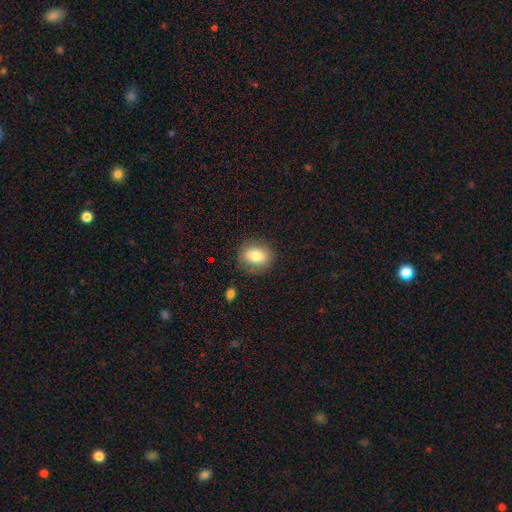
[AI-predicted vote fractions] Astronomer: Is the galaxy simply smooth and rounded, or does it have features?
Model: smooth — 80%.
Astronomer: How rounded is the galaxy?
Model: round — 51% (runner-up: in between, 47%).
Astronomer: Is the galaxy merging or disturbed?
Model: none — 83%.